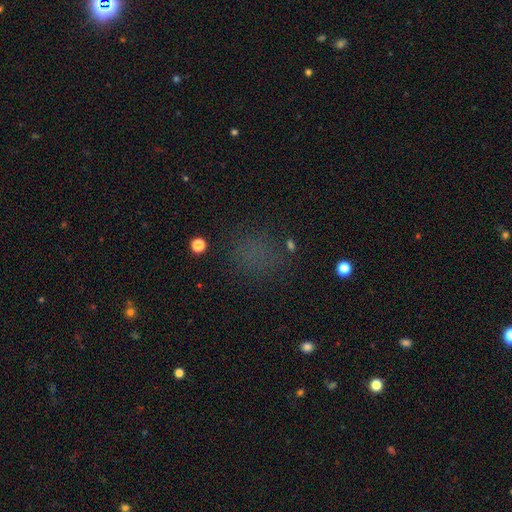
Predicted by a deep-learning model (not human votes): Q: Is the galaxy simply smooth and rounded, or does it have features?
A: smooth — 57%.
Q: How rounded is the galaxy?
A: round — 75%.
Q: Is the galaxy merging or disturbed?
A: none — 79%.